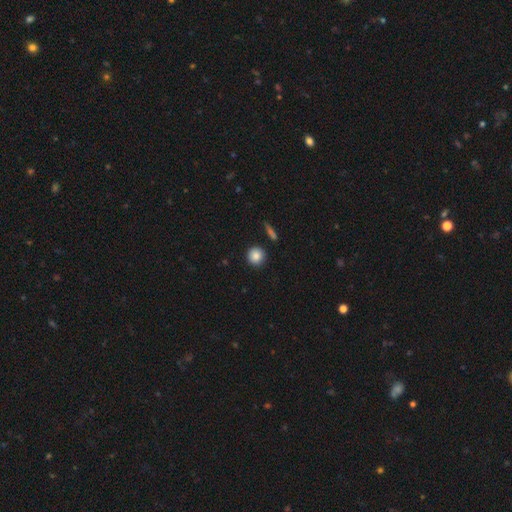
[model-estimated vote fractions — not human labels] This is clearly a smooth galaxy (87%). How rounded: clearly round (93%). Merging: clearly none (89%).